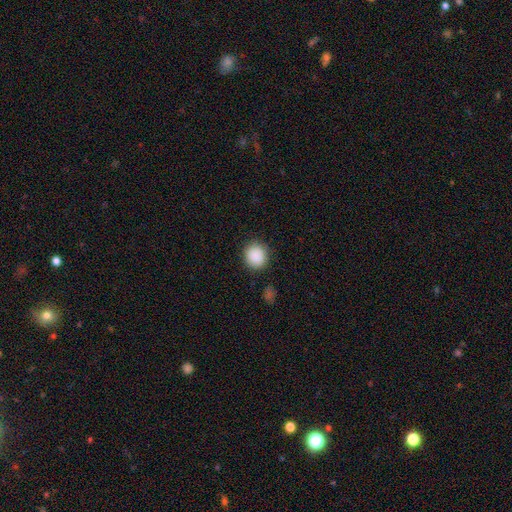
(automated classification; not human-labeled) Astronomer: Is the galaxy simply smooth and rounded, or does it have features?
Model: smooth — 89%.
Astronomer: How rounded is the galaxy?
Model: round — 83%.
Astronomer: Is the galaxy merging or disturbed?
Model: none — 87%.